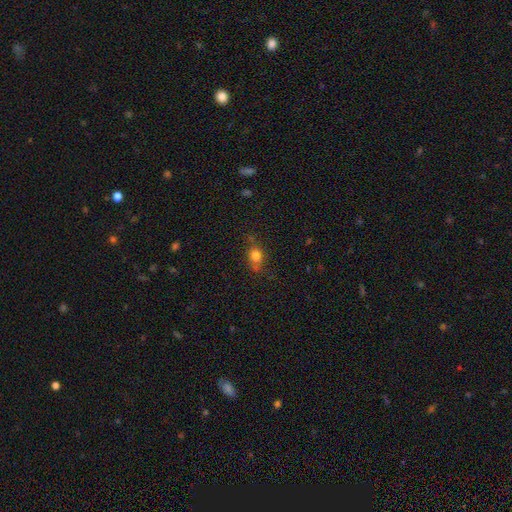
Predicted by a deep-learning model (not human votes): Smooth or featured? smooth (79%)
How rounded? round (57%)
Merging? none (66%)